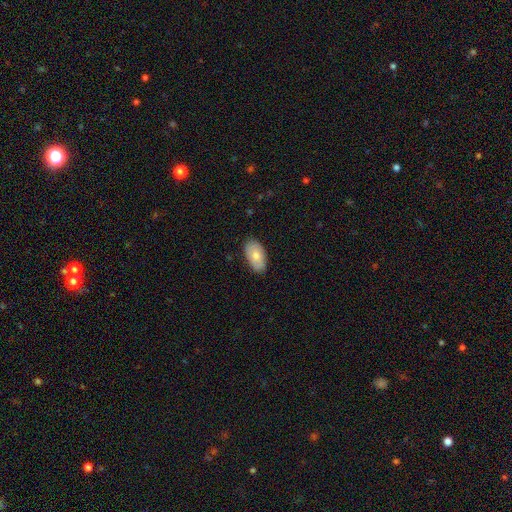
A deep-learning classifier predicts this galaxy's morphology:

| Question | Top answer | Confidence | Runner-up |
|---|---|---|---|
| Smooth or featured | smooth | 75% | featured or disk (19%) |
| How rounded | in between | 95% | round (3%) |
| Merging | none | 83% | minor disturbance (14%) |